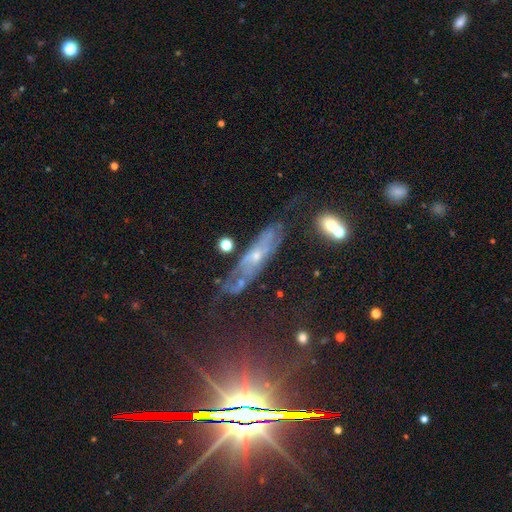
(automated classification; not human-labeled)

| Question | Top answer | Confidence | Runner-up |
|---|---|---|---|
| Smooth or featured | featured or disk | 63% | smooth (26%) |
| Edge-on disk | no | 62% | yes (38%) |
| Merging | none | 57% | minor disturbance (24%) |